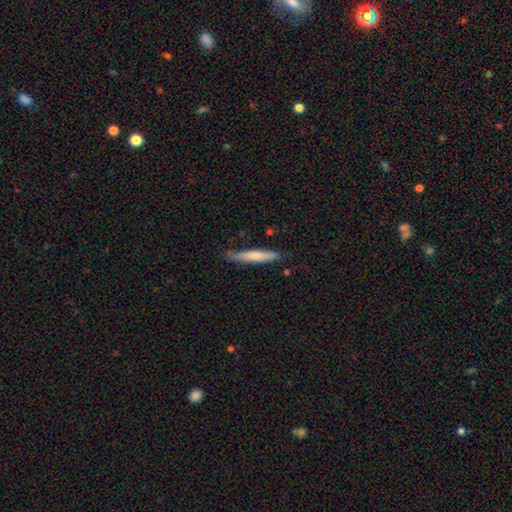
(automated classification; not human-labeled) smooth_or_featured: smooth (p=0.64) [alt: featured or disk p=0.31]
how_rounded: cigar-shaped (p=0.93) [alt: in between p=0.06]
merging: none (p=0.77) [alt: minor disturbance p=0.18]